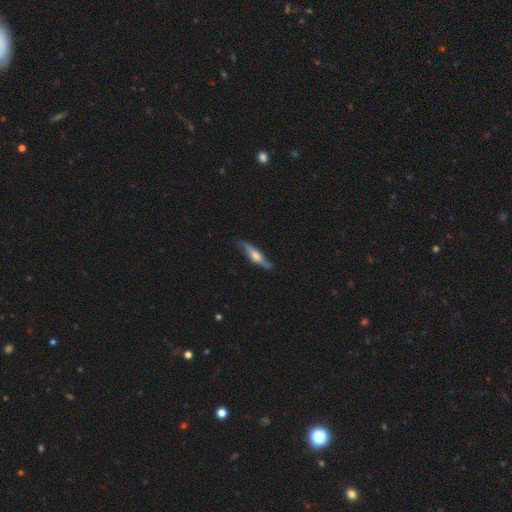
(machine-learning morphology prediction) Smooth or featured? Predicted: featured or disk (p=0.62). Edge-on disk? Predicted: yes (p=0.85). Edge-on bulge? Predicted: rounded (p=0.84). Merging? Predicted: none (p=0.78).